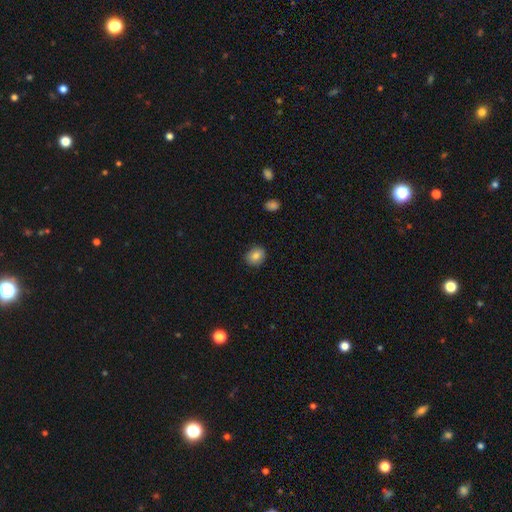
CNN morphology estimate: smooth 83%, star or artifact 9%, featured or disk 8%. Down the decision tree: how rounded — round (61%); merging — none (88%).